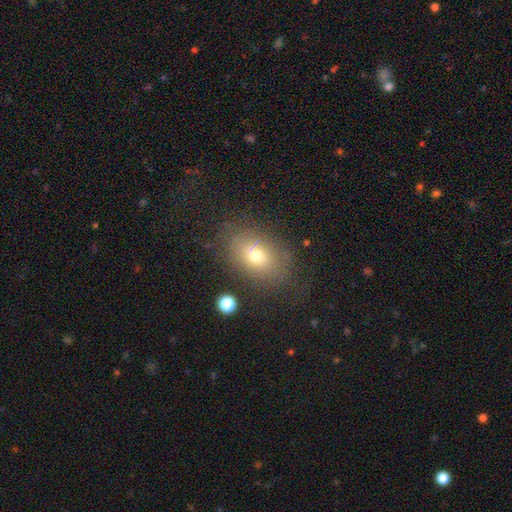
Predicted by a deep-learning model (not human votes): This appears to be a smooth galaxy with no disk features (69%) that is in between round and cigar-shaped (79%). Merging: none (74%).